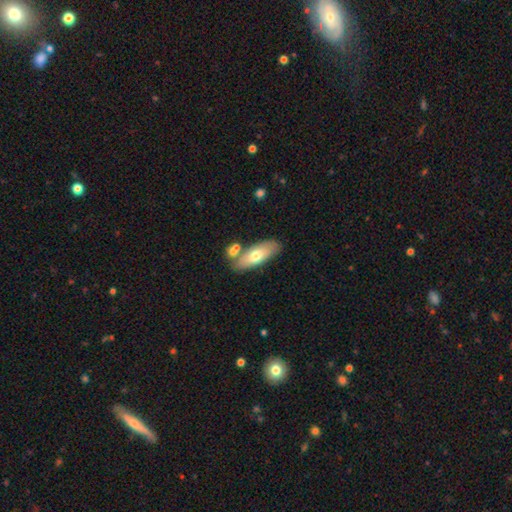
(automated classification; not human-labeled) Morphology: type=smooth (66%); roundness=in between (72%); merging=none (67%).